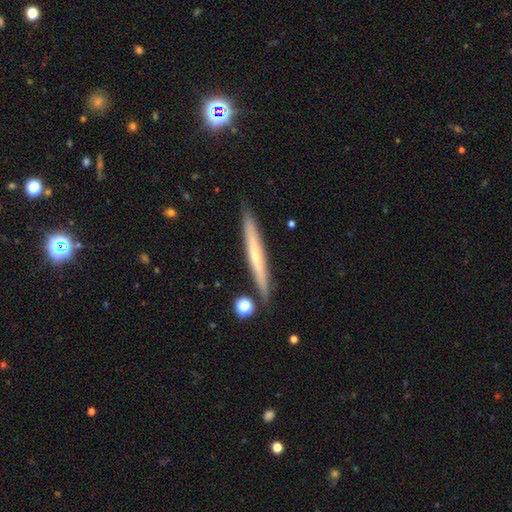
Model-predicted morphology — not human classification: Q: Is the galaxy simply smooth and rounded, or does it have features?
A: featured or disk — 53%.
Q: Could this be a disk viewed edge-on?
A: yes — 95%.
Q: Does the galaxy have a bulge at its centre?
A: none — 59%.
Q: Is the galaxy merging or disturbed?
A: none — 87%.